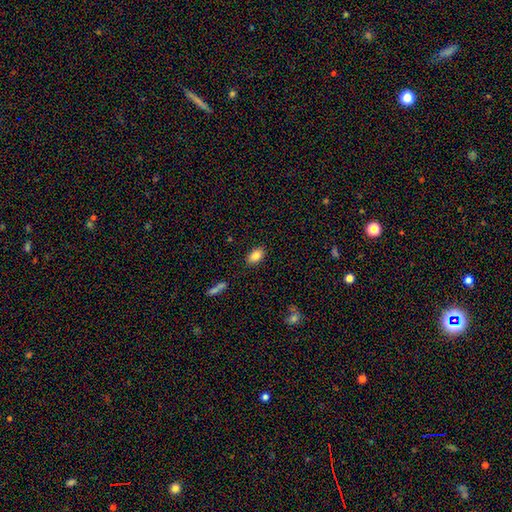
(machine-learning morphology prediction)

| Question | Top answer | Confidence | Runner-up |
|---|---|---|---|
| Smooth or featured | smooth | 84% | featured or disk (8%) |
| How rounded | in between | 89% | round (8%) |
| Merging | none | 86% | minor disturbance (10%) |